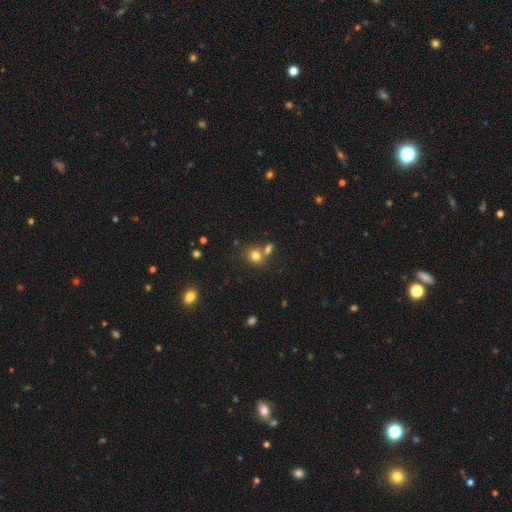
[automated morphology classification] Smooth or featured: smooth — 77% (star or artifact — 14%)
How rounded: round — 72% (in between — 27%)
Merging: none — 57% (merger — 29%)